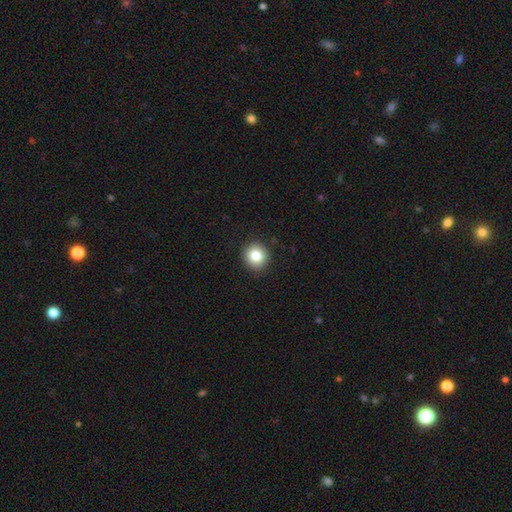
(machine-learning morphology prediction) A smooth galaxy with no disk features (82%) that is round (93%). Merging: none (92%).